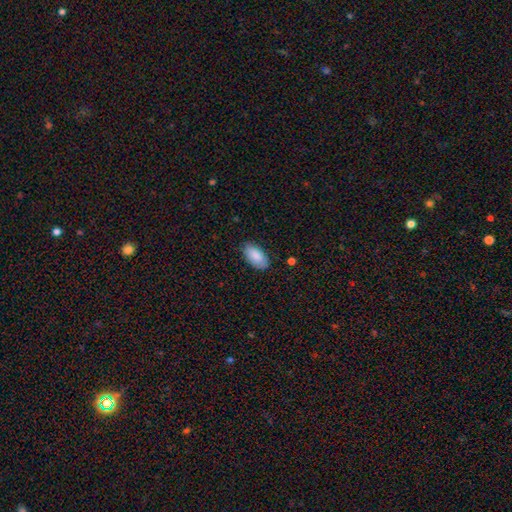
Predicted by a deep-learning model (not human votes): Q: Smooth or featured?
A: smooth (87%); runner-up: featured or disk (7%)
Q: How rounded?
A: in between (94%); runner-up: cigar-shaped (3%)
Q: Merging?
A: none (83%); runner-up: minor disturbance (13%)